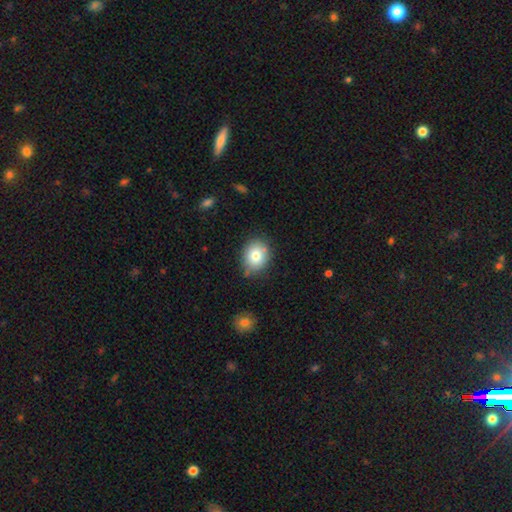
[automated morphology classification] Smooth or featured? smooth (79%)
How rounded? round (65%)
Merging? none (78%)